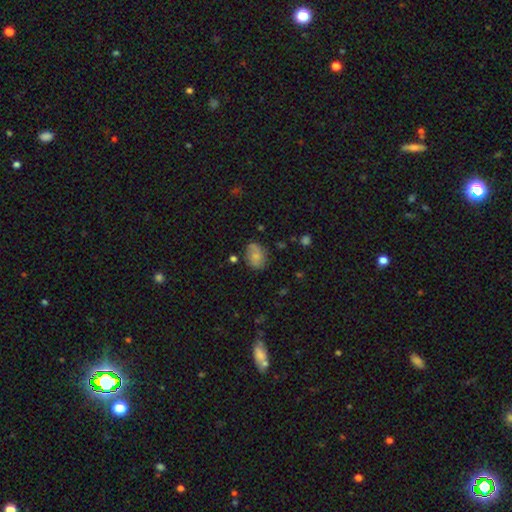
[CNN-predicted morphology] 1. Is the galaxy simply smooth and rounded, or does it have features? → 67% smooth, 24% featured or disk, 9% star or artifact.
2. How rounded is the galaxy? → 62% in between, 37% round, 1% cigar-shaped.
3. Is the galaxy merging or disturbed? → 67% none, 23% minor disturbance, 7% major disturbance, 3% merger.